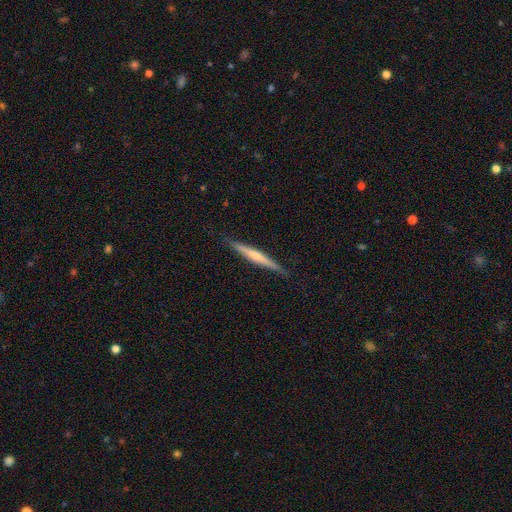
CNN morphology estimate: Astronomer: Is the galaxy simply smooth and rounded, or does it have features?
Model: featured or disk — 56% (runner-up: smooth, 39%).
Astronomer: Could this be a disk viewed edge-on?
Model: yes — 98%.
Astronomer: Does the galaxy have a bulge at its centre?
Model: none — 47% (runner-up: rounded, 42%).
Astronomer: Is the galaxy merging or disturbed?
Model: none — 89%.